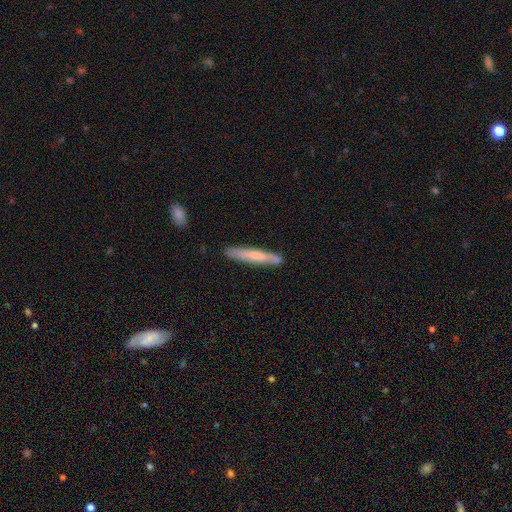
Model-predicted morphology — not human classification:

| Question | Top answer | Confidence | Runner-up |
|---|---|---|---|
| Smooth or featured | smooth | 60% | featured or disk (34%) |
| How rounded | cigar-shaped | 94% | in between (5%) |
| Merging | none | 81% | minor disturbance (13%) |